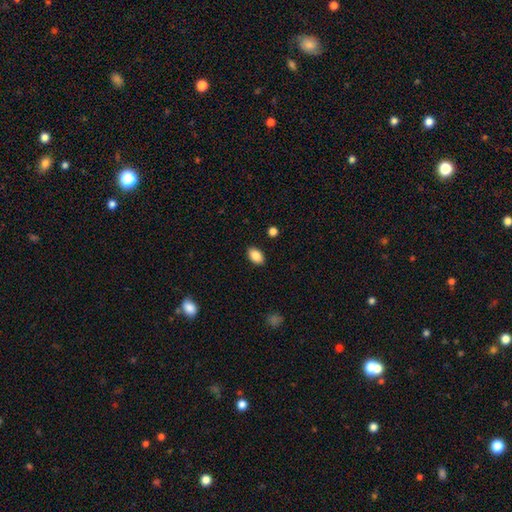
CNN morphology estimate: Overall: smooth (87%). How rounded: in between (90%). Merging: none (88%).